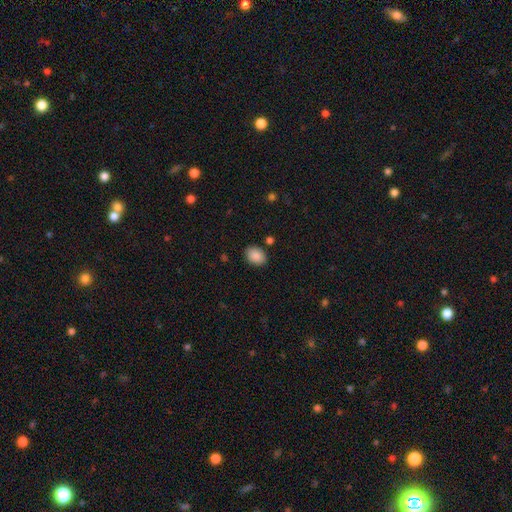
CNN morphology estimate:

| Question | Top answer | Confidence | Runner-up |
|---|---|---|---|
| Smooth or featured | smooth | 89% | star or artifact (8%) |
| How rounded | in between | 70% | round (30%) |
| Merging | none | 85% | minor disturbance (10%) |